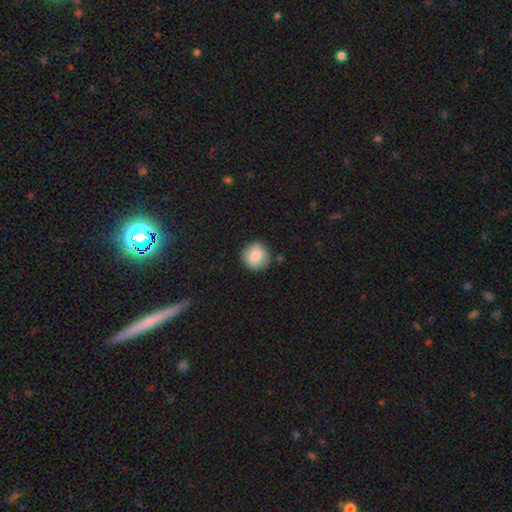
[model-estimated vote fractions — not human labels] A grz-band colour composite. It shows a smooth galaxy with no disk features (82%) that is round (93%). Merging: none (83%).